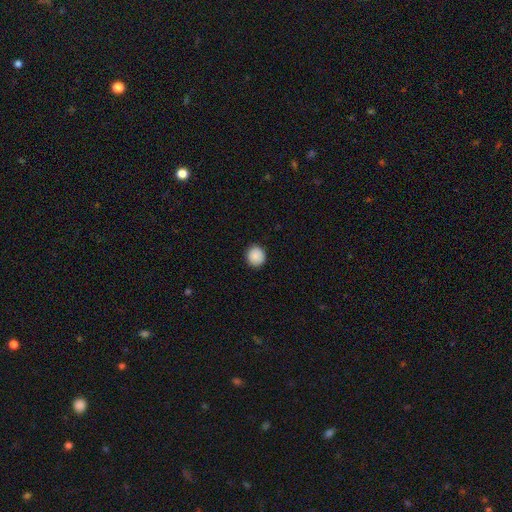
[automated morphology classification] A smooth galaxy with no disk features (89%) that is round (92%).

Vote fractions:
- Smooth or featured? smooth: 89% / star or artifact: 8% / featured or disk: 3%
- How rounded? round: 92% / in between: 7% / cigar-shaped: 1%
- Merging? none: 91% / minor disturbance: 6% / major disturbance: 2% / merger: 1%